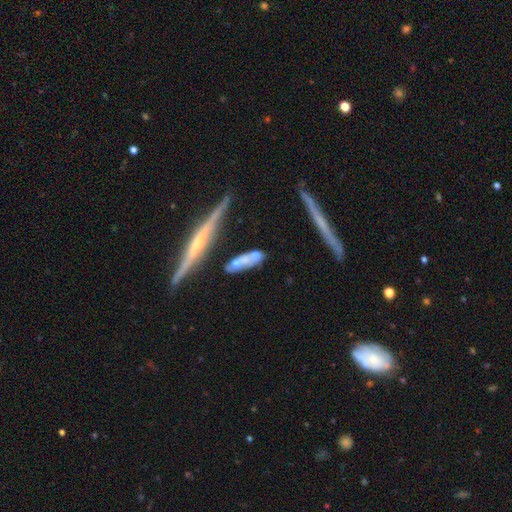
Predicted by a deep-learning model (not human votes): Q: Smooth or featured?
A: featured or disk (75%); runner-up: smooth (18%)
Q: Edge-on disk?
A: yes (96%); runner-up: no (4%)
Q: Edge-on bulge?
A: rounded (47%); runner-up: none (40%)
Q: Merging?
A: none (79%); runner-up: minor disturbance (13%)